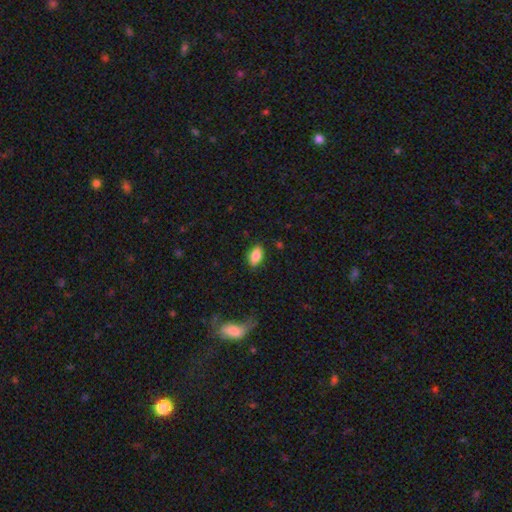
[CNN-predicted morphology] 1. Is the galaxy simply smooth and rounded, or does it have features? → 83% smooth, 9% featured or disk, 8% star or artifact.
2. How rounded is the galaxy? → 91% in between, 5% cigar-shaped, 4% round.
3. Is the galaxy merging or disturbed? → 85% none, 11% minor disturbance, 2% major disturbance, 1% merger.